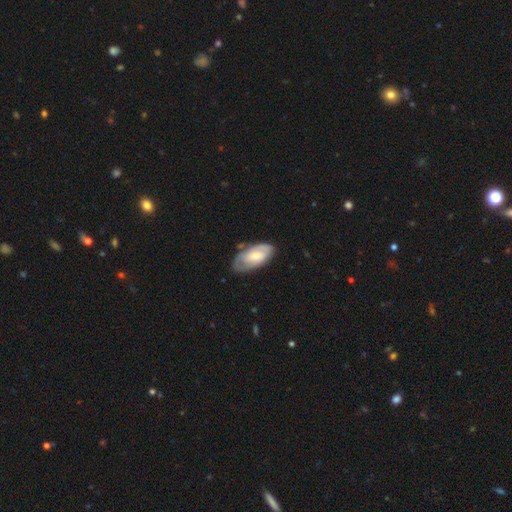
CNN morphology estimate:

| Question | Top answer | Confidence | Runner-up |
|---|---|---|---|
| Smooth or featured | featured or disk | 49% | smooth (46%) |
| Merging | none | 62% | minor disturbance (26%) |